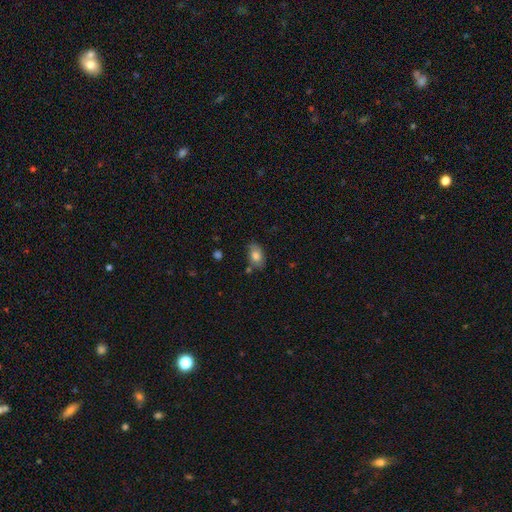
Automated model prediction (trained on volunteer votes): This appears to be a smooth galaxy with no disk features (75%) that is in between round and cigar-shaped (86%). Merging: none (69%).